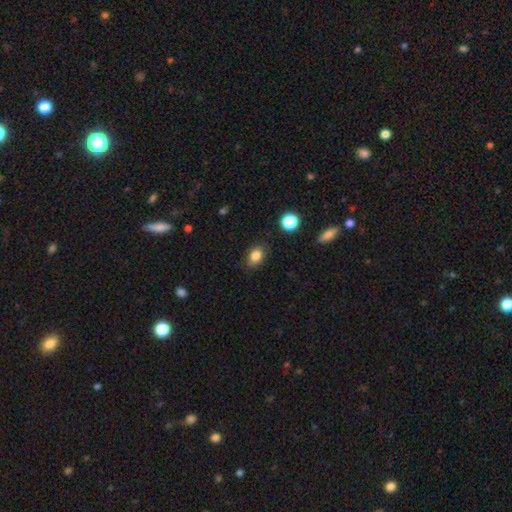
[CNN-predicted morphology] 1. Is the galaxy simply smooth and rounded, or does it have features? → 84% smooth, 10% star or artifact, 6% featured or disk.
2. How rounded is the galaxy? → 71% in between, 27% round, 1% cigar-shaped.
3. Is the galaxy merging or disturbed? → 80% none, 15% minor disturbance, 3% major disturbance, 1% merger.